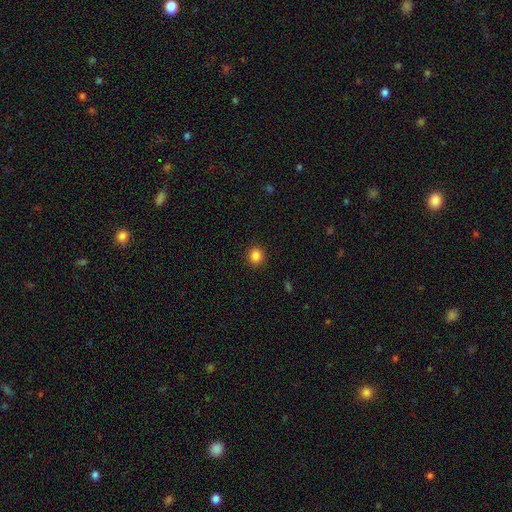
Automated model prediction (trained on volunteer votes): Smooth or featured?
  - smooth: 85% *
  - star or artifact: 11%
  - featured or disk: 4%
How rounded?
  - round: 83% *
  - in between: 16%
  - cigar-shaped: 1%
Merging?
  - none: 91% *
  - minor disturbance: 6%
  - major disturbance: 2%
  - merger: 1%